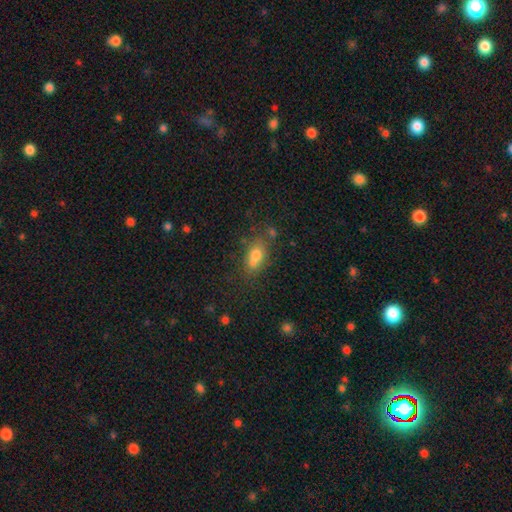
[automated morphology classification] Smooth or featured? Predicted: smooth (p=0.71). How rounded? Predicted: in between (p=0.76). Merging? Predicted: none (p=0.52).